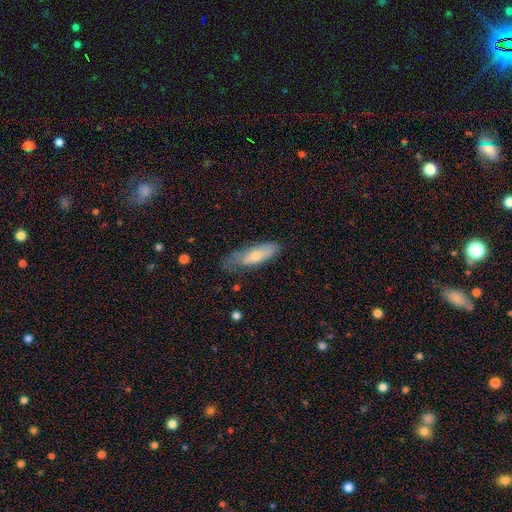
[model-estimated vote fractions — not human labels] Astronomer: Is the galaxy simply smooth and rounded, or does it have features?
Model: smooth — 59% (runner-up: featured or disk, 35%).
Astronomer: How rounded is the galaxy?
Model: in between — 53% (runner-up: cigar-shaped, 45%).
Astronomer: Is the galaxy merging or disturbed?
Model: none — 57%.